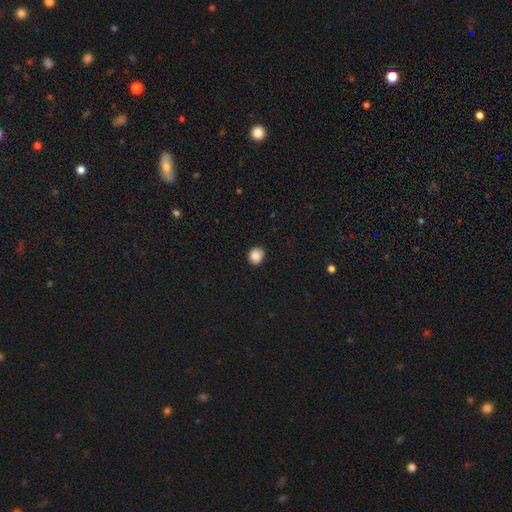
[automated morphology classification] This appears to be a smooth galaxy with no disk features (87%) that is round (81%). Merging: none (85%).